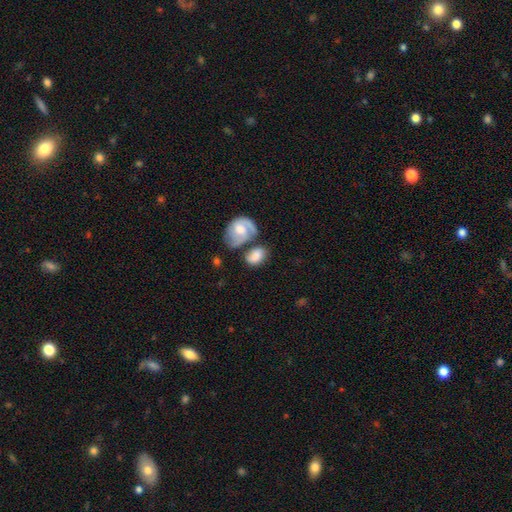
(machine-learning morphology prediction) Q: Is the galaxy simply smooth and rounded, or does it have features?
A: smooth — 71%.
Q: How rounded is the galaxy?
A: in between — 81%.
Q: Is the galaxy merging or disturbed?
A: merger — 34%, tied with none.